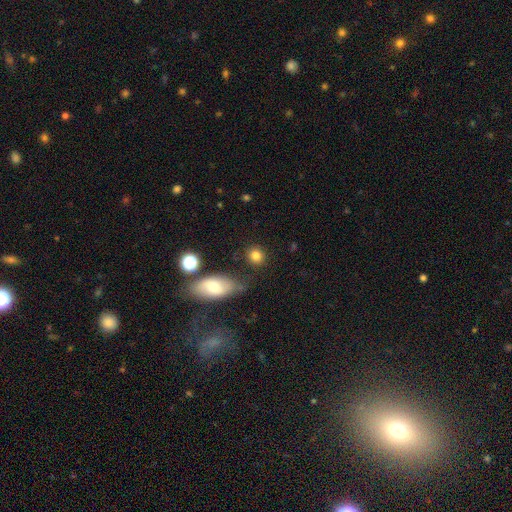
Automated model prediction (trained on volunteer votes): The model was most divided on "how rounded": round: 80%, in between: 18%, cigar-shaped: 2%. More confident: smooth or featured — smooth (82%); merging — none (81%).